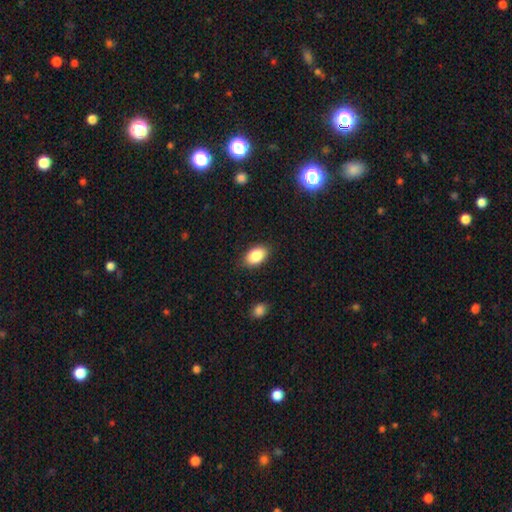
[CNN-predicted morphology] A smooth galaxy with no disk features (87%) that is in between round and cigar-shaped (91%). Merging: none (86%).